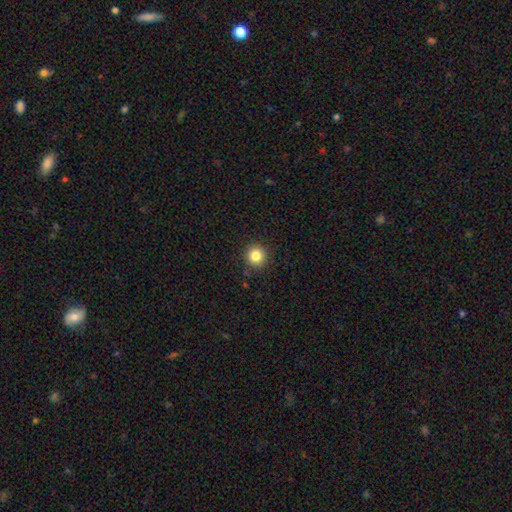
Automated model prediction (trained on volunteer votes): Smooth or featured?
  - smooth: 83% *
  - star or artifact: 12%
  - featured or disk: 5%
How rounded?
  - round: 95% *
  - in between: 5%
  - cigar-shaped: 1%
Merging?
  - none: 91% *
  - minor disturbance: 6%
  - major disturbance: 2%
  - merger: 1%